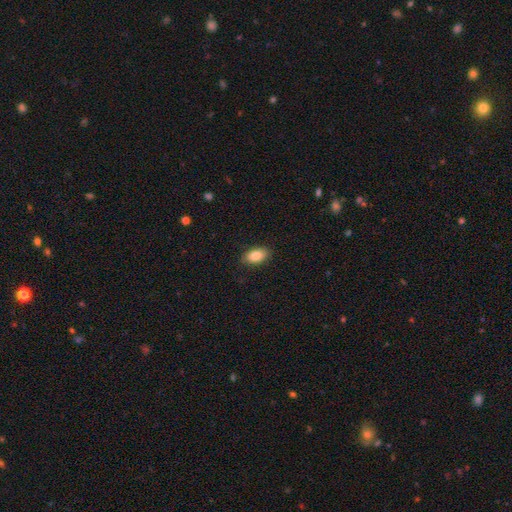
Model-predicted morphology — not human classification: This is clearly a smooth galaxy (84%). How rounded: clearly in between (92%). Merging: clearly none (87%).